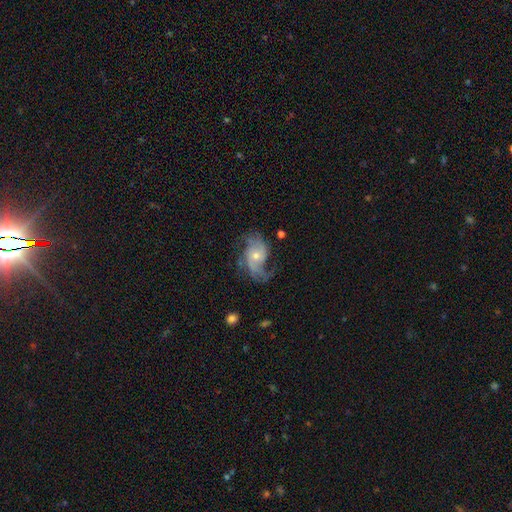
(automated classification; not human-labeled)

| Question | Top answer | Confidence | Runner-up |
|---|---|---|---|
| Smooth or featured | featured or disk | 82% | smooth (12%) |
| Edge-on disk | no | 97% | yes (3%) |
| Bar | no | 67% | weak (27%) |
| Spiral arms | yes | 94% | no (6%) |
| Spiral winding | loose | 48% | medium (38%) |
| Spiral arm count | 2 | 67% | can't tell (10%) |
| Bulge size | small | 52% | moderate (43%) |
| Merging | none | 52% | major disturbance (23%) |